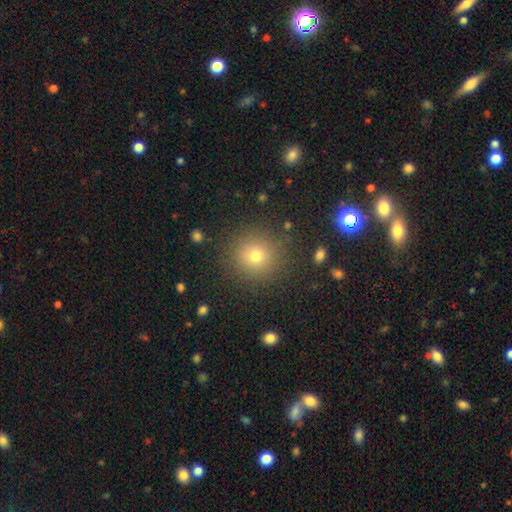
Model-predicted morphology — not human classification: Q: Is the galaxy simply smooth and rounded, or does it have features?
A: smooth — 72%.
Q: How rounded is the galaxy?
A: round — 92%.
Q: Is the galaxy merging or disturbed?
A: none — 88%.